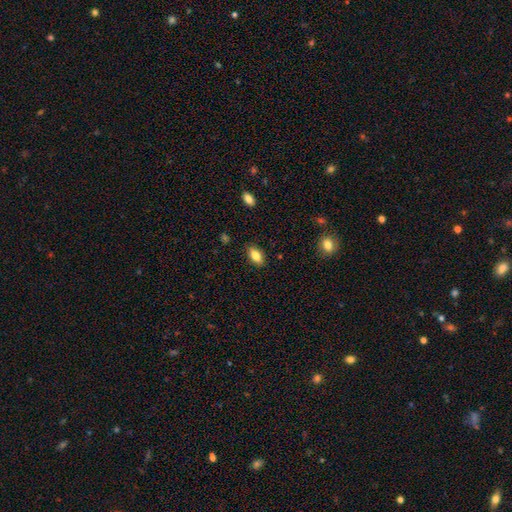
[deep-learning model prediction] Q: Smooth or featured?
A: smooth (76%); runner-up: featured or disk (16%)
Q: How rounded?
A: in between (85%); runner-up: cigar-shaped (10%)
Q: Merging?
A: none (86%); runner-up: minor disturbance (11%)